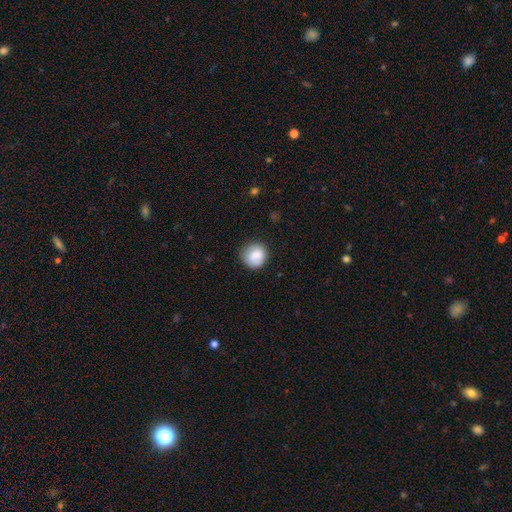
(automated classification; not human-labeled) Smooth or featured? Predicted: smooth (p=0.83). How rounded? Predicted: round (p=0.88). Merging? Predicted: none (p=0.77).